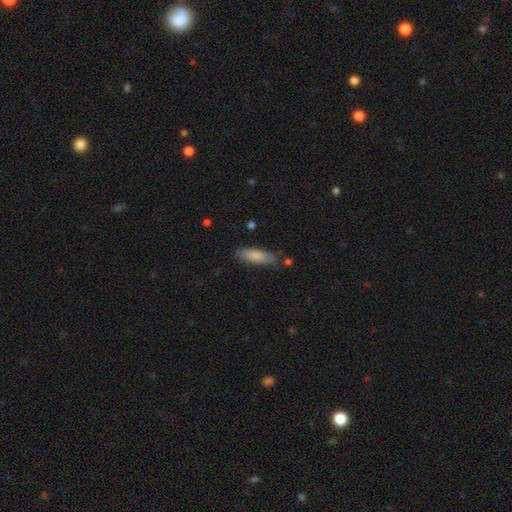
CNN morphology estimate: smooth_or_featured: smooth (p=0.82) [alt: featured or disk p=0.12]
how_rounded: in between (p=0.53) [alt: cigar-shaped p=0.45]
merging: none (p=0.75) [alt: minor disturbance p=0.18]